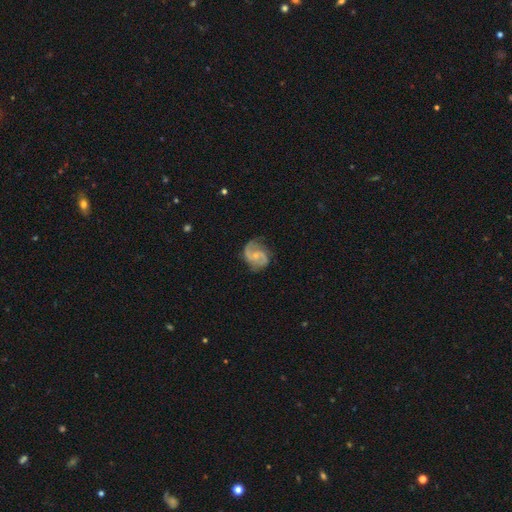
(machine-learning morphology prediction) Q: Smooth or featured?
A: featured or disk (86%); runner-up: smooth (9%)
Q: Edge-on disk?
A: no (98%); runner-up: yes (2%)
Q: Bar?
A: no (55%); runner-up: weak (38%)
Q: Spiral arms?
A: yes (97%); runner-up: no (3%)
Q: Spiral winding?
A: medium (54%); runner-up: loose (27%)
Q: Spiral arm count?
A: 2 (86%); runner-up: 3 (5%)
Q: Bulge size?
A: small (64%); runner-up: moderate (24%)
Q: Merging?
A: none (71%); runner-up: minor disturbance (20%)